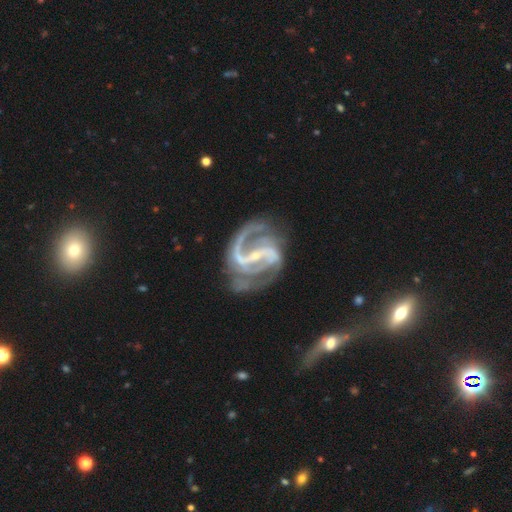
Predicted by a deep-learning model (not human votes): Smooth or featured? Predicted: featured or disk (p=0.93). Edge-on disk? Predicted: no (p=0.98). Bar? Predicted: strong (p=0.66). Spiral arms? Predicted: yes (p=0.98). Spiral winding? Predicted: medium (p=0.58). Spiral arm count? Predicted: 2 (p=0.83). Bulge size? Predicted: small (p=0.78). Merging? Predicted: none (p=0.57).